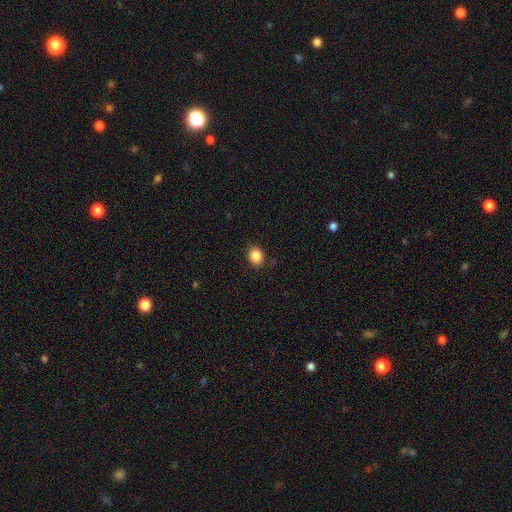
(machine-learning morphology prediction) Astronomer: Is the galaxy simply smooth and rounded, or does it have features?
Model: smooth — 86%.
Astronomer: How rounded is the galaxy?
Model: round — 58% (runner-up: in between, 41%).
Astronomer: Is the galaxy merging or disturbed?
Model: none — 87%.